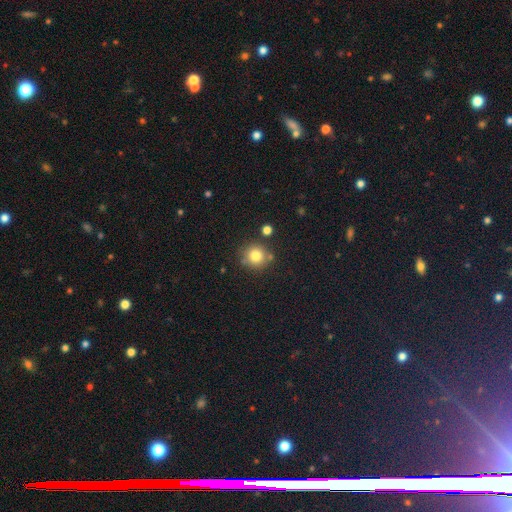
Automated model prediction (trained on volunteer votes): Smooth or featured? Predicted: smooth (p=0.79). How rounded? Predicted: round (p=0.92). Merging? Predicted: none (p=0.77).